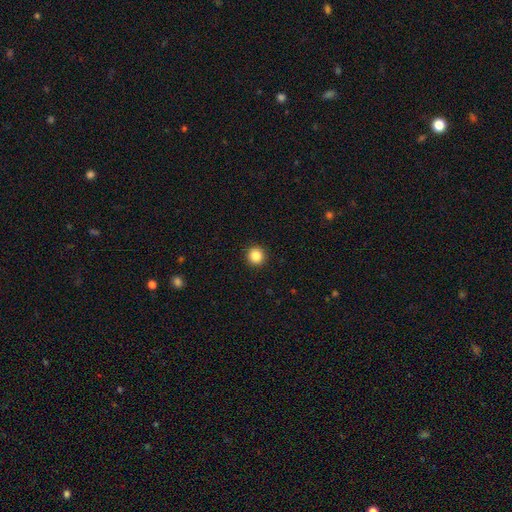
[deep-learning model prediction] Smooth or featured? smooth (86%)
How rounded? round (94%)
Merging? none (93%)